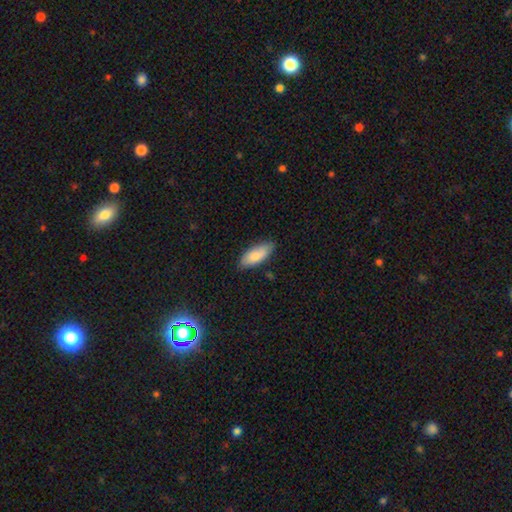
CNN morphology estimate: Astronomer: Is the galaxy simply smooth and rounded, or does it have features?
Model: smooth — 82%.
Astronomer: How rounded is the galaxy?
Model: in between — 80%.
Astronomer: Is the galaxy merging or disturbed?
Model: none — 79%.